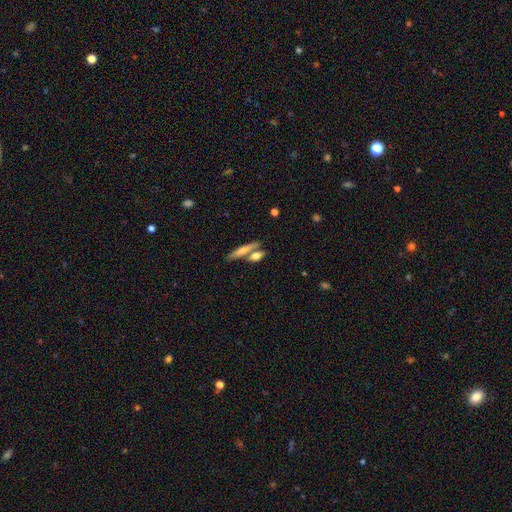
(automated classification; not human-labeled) Smooth or featured? Predicted: smooth (p=0.65). How rounded? Predicted: cigar-shaped (p=0.57). Merging? Predicted: none (p=0.57).